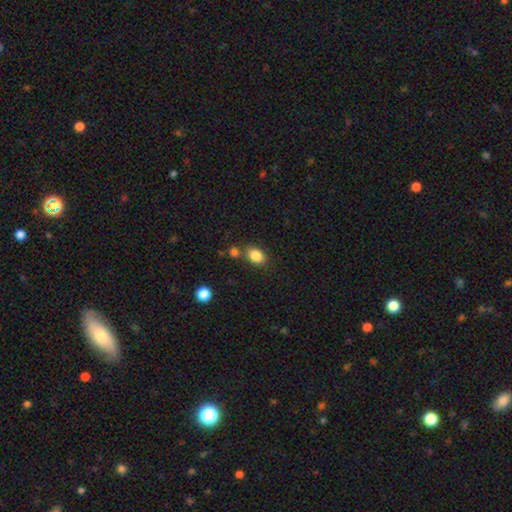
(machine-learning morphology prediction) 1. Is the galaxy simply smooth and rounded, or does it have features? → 85% smooth, 9% star or artifact, 6% featured or disk.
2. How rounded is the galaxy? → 77% in between, 22% round, 1% cigar-shaped.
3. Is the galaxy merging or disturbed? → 71% none, 13% merger, 12% minor disturbance, 3% major disturbance.